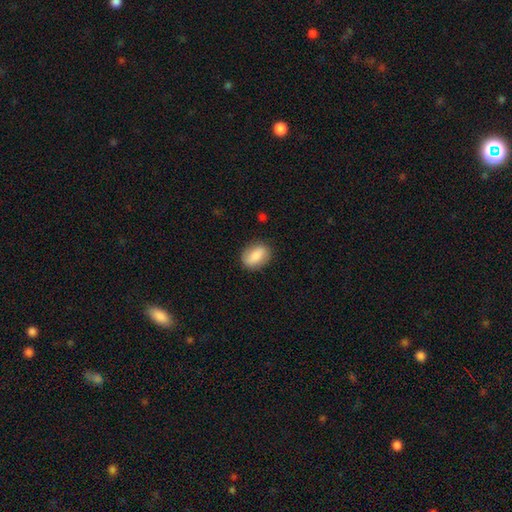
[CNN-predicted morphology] This appears to be a smooth galaxy with no disk features (80%) that is in between round and cigar-shaped (78%). Merging: none (82%).